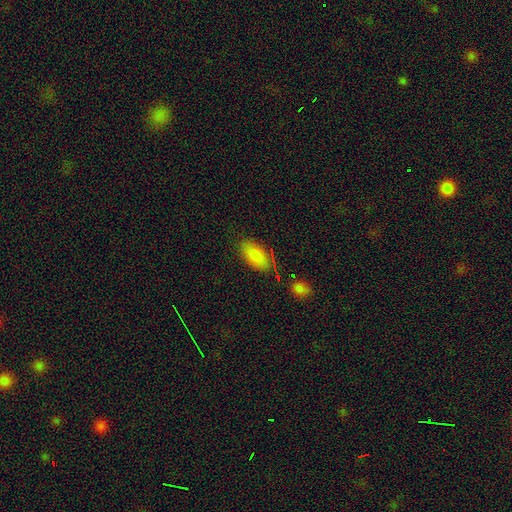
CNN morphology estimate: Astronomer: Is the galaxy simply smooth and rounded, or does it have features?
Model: smooth — 86%.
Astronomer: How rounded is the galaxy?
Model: in between — 92%.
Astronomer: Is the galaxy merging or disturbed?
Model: none — 81%.